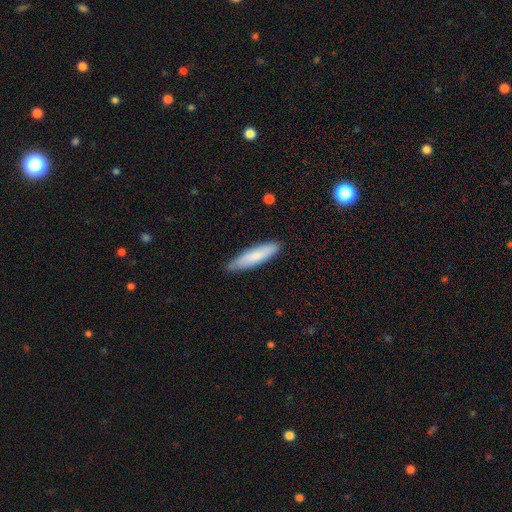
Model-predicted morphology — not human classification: Overall: smooth (79%). How rounded: cigar-shaped (75%). Merging: none (84%).